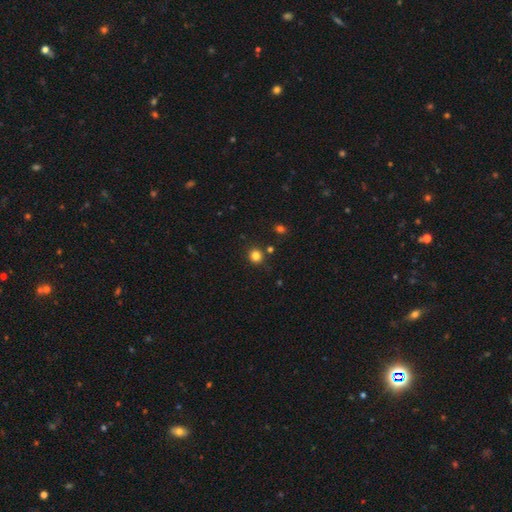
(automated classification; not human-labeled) Smooth or featured? Predicted: smooth (p=0.82). How rounded? Predicted: round (p=0.89). Merging? Predicted: none (p=0.85).